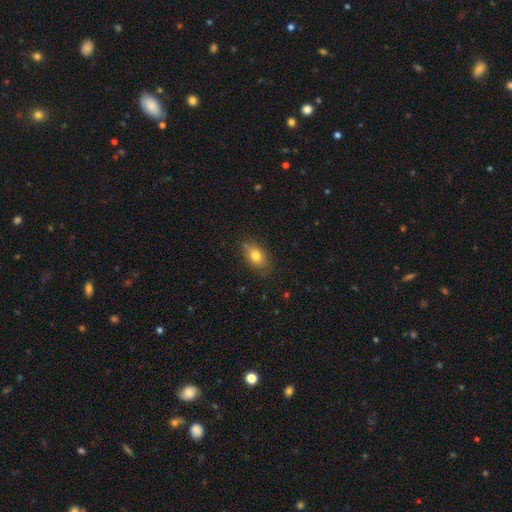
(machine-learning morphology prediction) Q: Smooth or featured?
A: smooth (79%); runner-up: featured or disk (12%)
Q: How rounded?
A: in between (82%); runner-up: round (16%)
Q: Merging?
A: none (78%); runner-up: minor disturbance (17%)